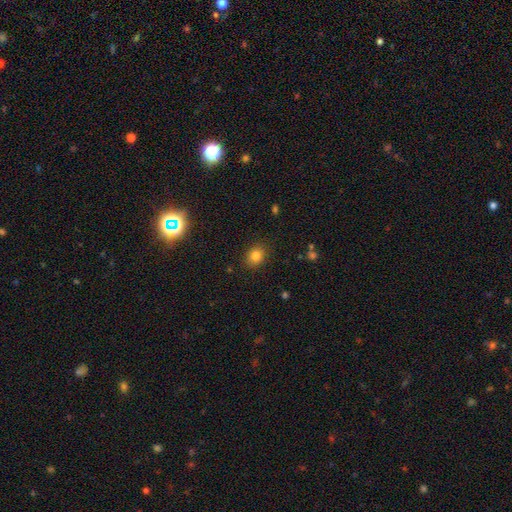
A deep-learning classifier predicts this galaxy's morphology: The model was most divided on "how rounded": round: 54%, in between: 45%, cigar-shaped: 1%. More confident: merging — none (87%); smooth or featured — smooth (82%).